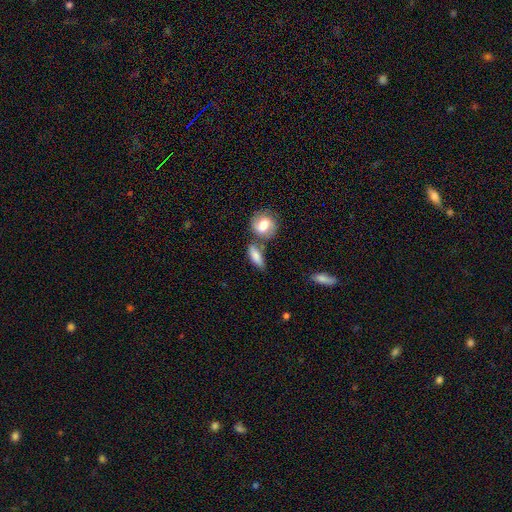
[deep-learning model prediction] Smooth or featured: smooth — 74% (featured or disk — 19%)
How rounded: in between — 60% (cigar-shaped — 32%)
Merging: none — 56% (merger — 23%)